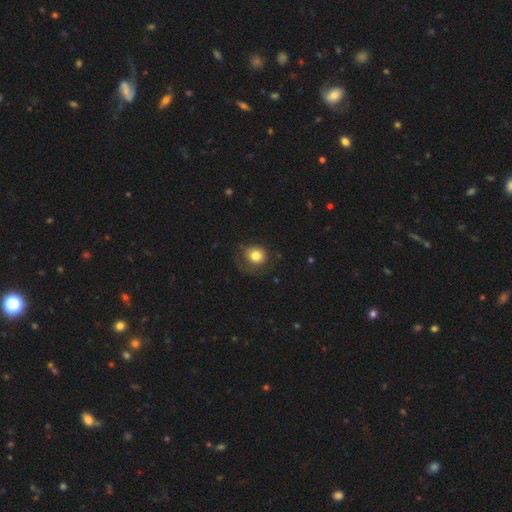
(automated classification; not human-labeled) This is likely a smooth galaxy (79%). How rounded: clearly round (82%). Merging: likely none (63%).